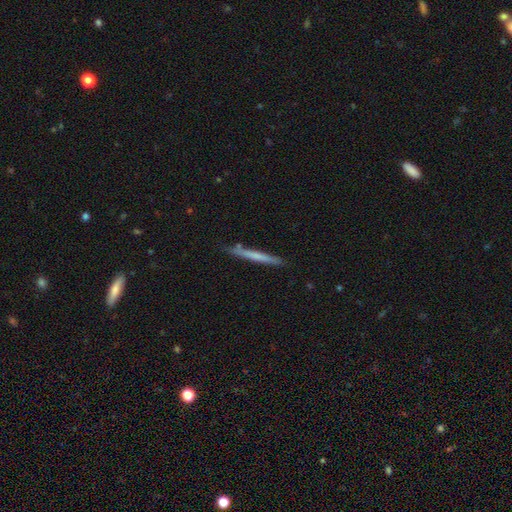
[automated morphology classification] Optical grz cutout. It shows a smooth galaxy with no disk features (54%) that is cigar-shaped (97%). Merging: none (84%).